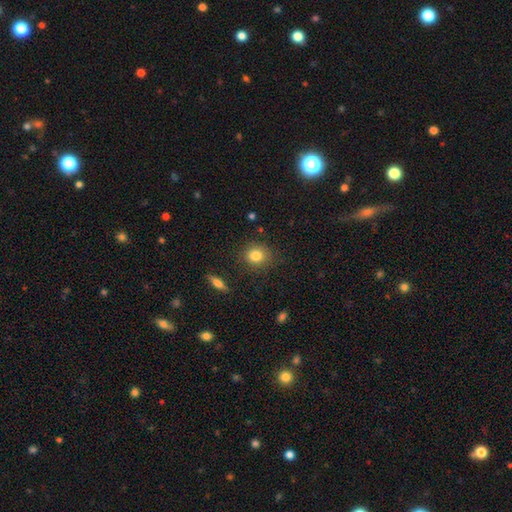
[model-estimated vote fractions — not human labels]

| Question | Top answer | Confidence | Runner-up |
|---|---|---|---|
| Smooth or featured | smooth | 83% | star or artifact (10%) |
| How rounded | round | 74% | in between (24%) |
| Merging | none | 83% | minor disturbance (12%) |